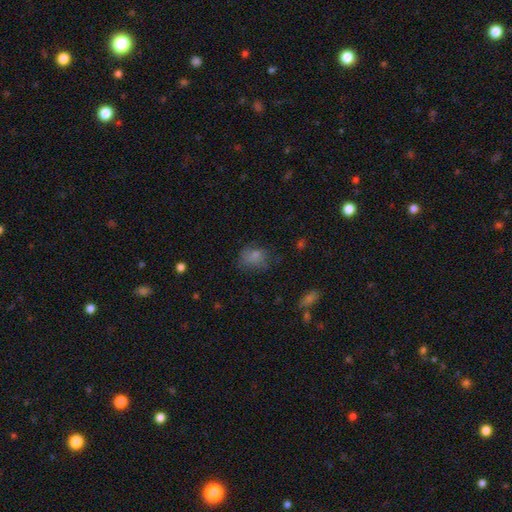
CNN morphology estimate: type=smooth (66%); roundness=in between (64%); merging=none (57%).